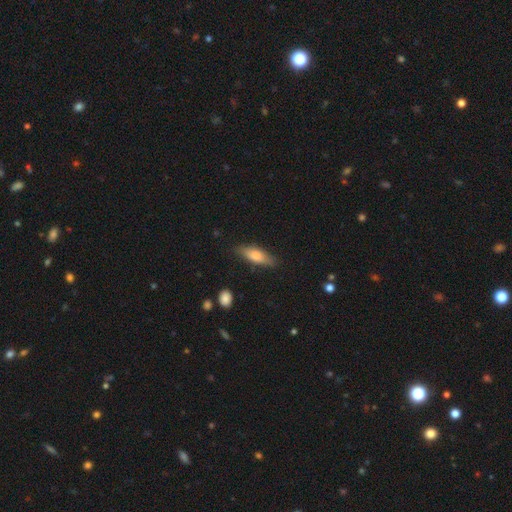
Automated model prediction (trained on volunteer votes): Smooth or featured? smooth (72%)
How rounded? in between (56%)
Merging? none (81%)